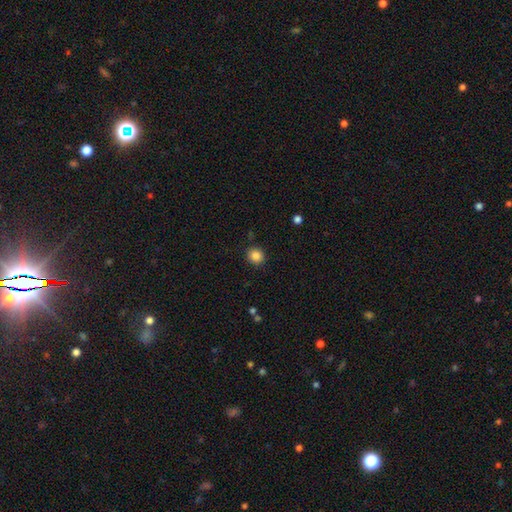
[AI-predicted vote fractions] smooth 86%, star or artifact 10%, featured or disk 4%. Down the decision tree: how rounded — round (85%); merging — none (88%).